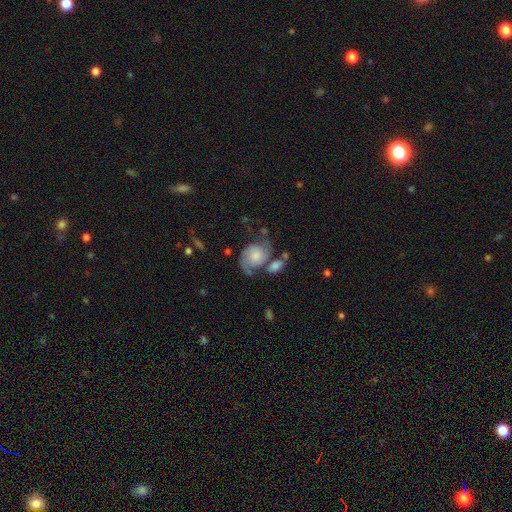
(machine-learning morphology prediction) smooth-or-featured: featured or disk: 68% | smooth: 25% | star or artifact: 8%
  disk-edge-on: no: 97% | yes: 3%
    bar: no: 69% | weak: 26% | strong: 5%
    has-spiral-arms: yes: 91% | no: 9%
      spiral-winding: medium: 46% | loose: 28% | tight: 26%
      spiral-arm-count: 2: 83% | 1: 7% | can't tell: 7% | 3: 1% | 4: 1% | more than 4: 1%
    bulge-size: moderate: 32% | small: 25% | large: 21% | none: 19% | dominant: 4%
  merging: none: 47% | minor disturbance: 22% | major disturbance: 16% | merger: 15%